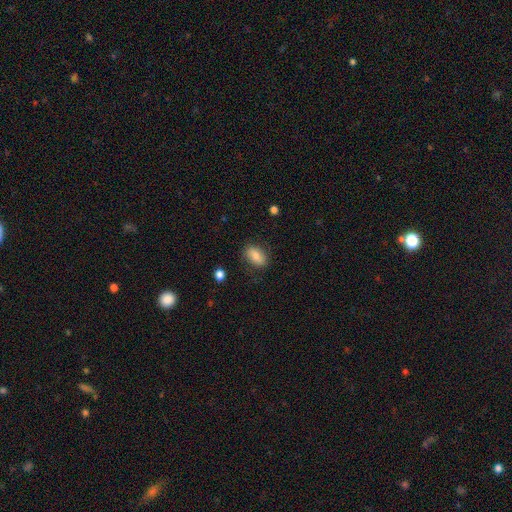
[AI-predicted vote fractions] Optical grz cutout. It shows a smooth galaxy with no disk features (77%) that is in between round and cigar-shaped (89%). Merging: none (80%).